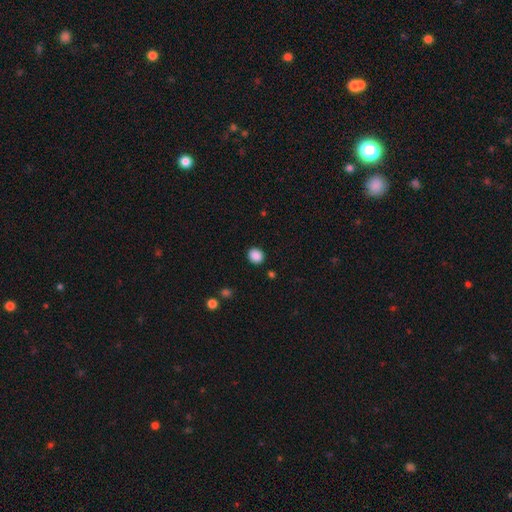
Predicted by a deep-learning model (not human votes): This appears to be a smooth galaxy with no disk features (88%) that is round (77%). Merging: none (90%).